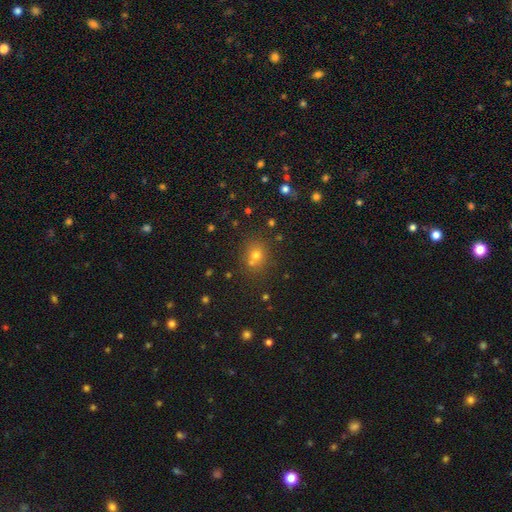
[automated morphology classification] A smooth galaxy with no disk features (66%) that is round (77%).

Vote fractions:
- Smooth or featured? smooth: 66% / star or artifact: 24% / featured or disk: 10%
- How rounded? round: 77% / in between: 22% / cigar-shaped: 1%
- Merging? none: 66% / merger: 21% / minor disturbance: 9% / major disturbance: 3%